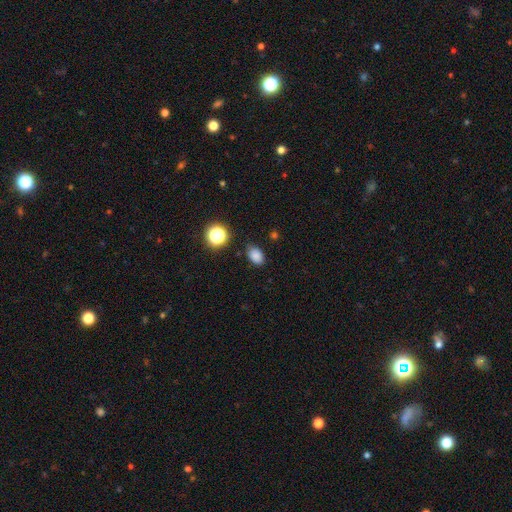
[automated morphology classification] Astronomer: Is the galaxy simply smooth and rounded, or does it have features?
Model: smooth — 82%.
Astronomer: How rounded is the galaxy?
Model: in between — 79%.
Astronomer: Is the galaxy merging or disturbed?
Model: none — 82%.